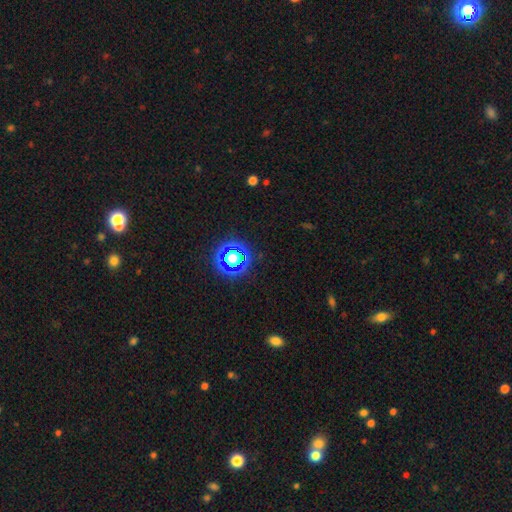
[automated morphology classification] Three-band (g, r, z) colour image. It shows a star or artifact, not a galaxy (67%).